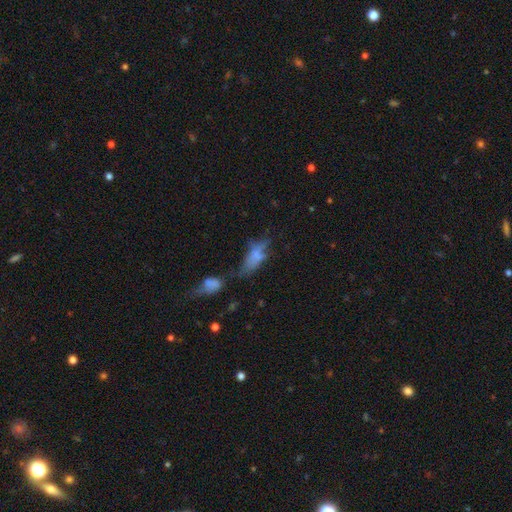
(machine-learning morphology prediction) Smooth or featured? Predicted: smooth (p=0.54). How rounded? Predicted: in between (p=0.68). Merging? Predicted: major disturbance (p=0.27, tied with none and merger).